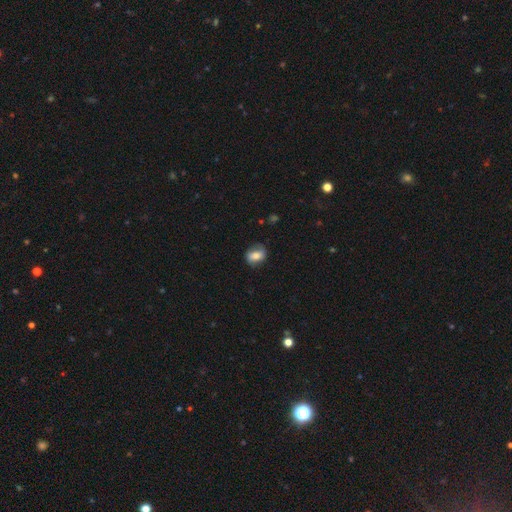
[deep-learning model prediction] A smooth galaxy with no disk features (63%) that is in between round and cigar-shaped (60%). Merging: none (75%).